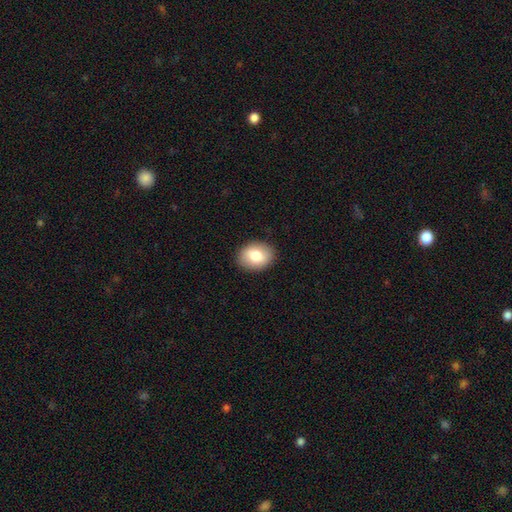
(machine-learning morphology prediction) Smooth or featured? Predicted: smooth (p=0.78). How rounded? Predicted: in between (p=0.64). Merging? Predicted: none (p=0.89).